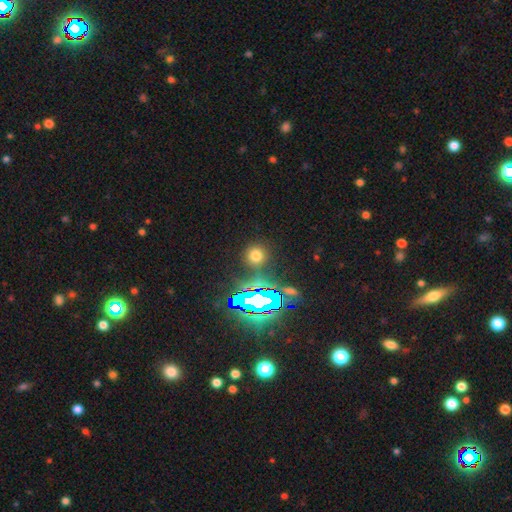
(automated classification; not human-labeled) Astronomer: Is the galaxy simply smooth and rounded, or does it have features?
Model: smooth — 60%.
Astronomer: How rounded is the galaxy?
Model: round — 92%.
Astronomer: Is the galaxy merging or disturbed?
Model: none — 85%.